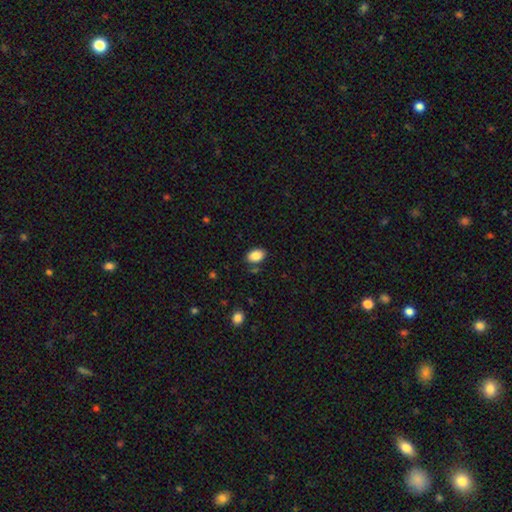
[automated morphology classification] A smooth galaxy with no disk features (86%) that is in between round and cigar-shaped (87%). Merging: none (81%).